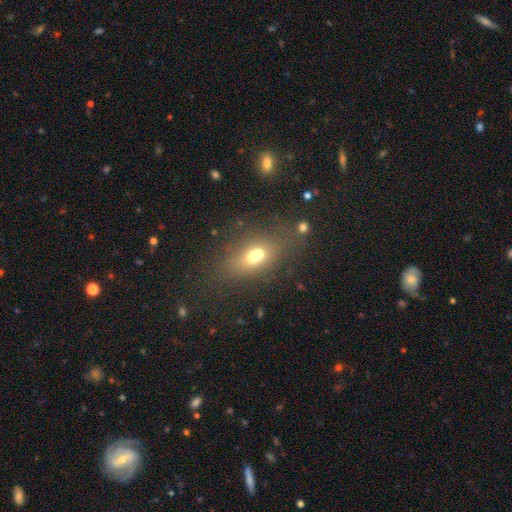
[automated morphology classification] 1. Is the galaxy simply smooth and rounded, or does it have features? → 61% smooth, 24% featured or disk, 15% star or artifact.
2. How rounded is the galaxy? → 69% in between, 23% round, 8% cigar-shaped.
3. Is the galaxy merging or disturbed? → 42% none, 38% merger, 12% minor disturbance, 8% major disturbance.